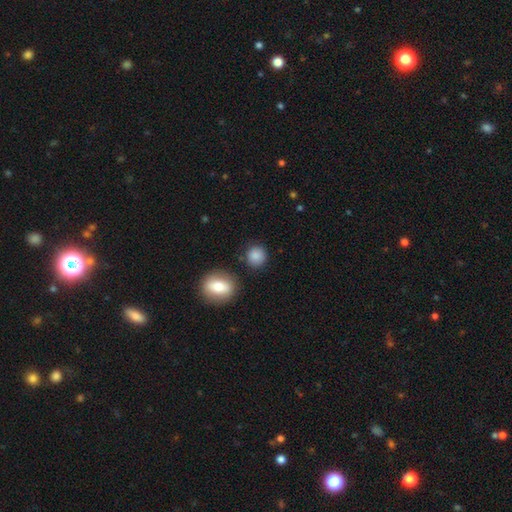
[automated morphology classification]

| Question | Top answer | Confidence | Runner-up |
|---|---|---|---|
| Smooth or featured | smooth | 86% | star or artifact (9%) |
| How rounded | round | 87% | in between (12%) |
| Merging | none | 82% | minor disturbance (10%) |